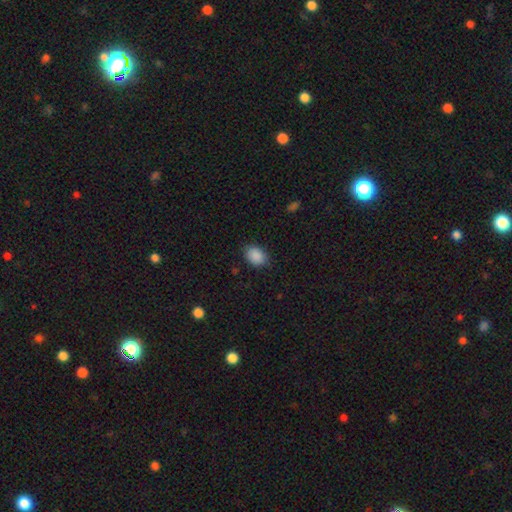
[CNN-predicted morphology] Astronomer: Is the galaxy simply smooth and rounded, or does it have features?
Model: smooth — 89%.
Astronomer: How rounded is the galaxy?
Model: in between — 73%.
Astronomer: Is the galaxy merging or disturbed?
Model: none — 84%.